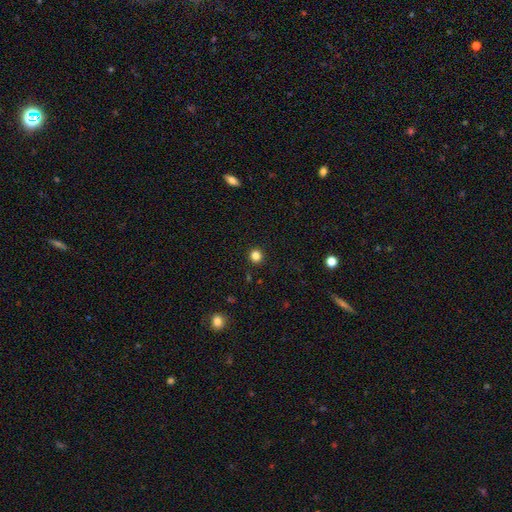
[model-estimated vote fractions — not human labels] Morphology: type=smooth (84%); roundness=round (93%); merging=none (92%).